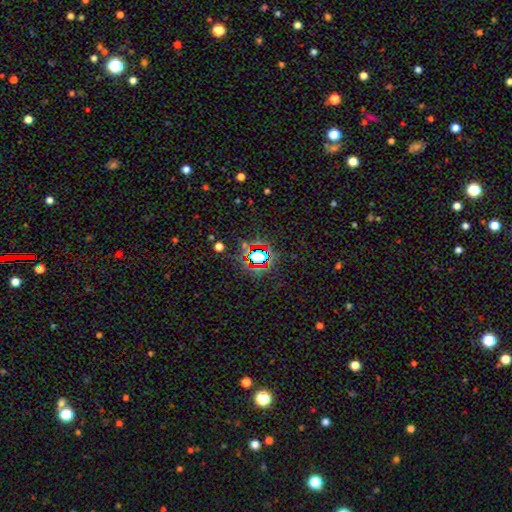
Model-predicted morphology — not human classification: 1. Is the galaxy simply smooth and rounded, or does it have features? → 71% star or artifact, 18% smooth, 11% featured or disk.